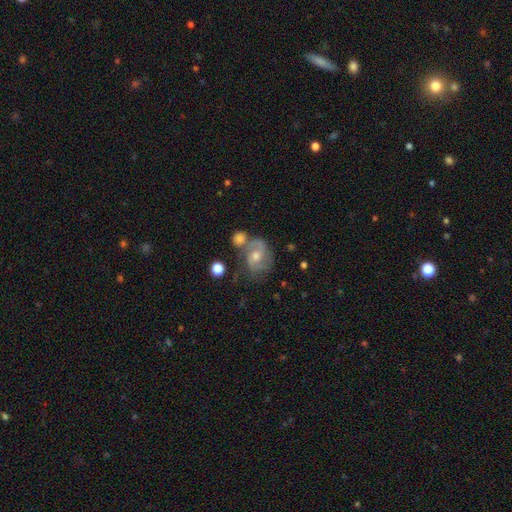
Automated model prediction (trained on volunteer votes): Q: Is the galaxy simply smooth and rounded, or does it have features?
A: featured or disk — 67%.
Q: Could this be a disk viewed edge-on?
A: no — 97%.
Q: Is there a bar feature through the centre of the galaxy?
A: no — 53%.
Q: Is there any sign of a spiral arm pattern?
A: yes — 86%.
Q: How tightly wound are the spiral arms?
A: medium — 47%.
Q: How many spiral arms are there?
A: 2 — 66%.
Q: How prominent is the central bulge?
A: moderate — 66%.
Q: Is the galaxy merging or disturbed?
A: none — 50%.